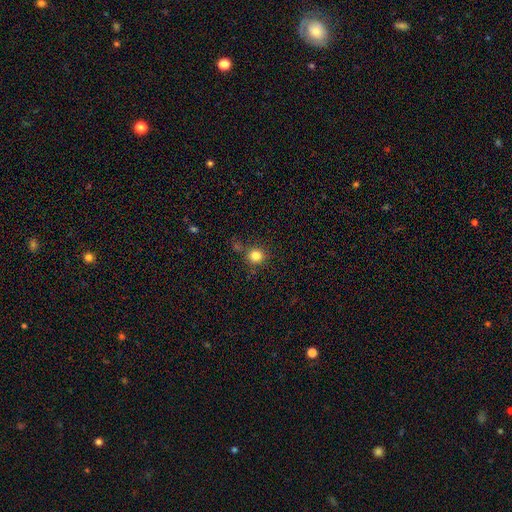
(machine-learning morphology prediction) This is clearly a smooth galaxy (82%). How rounded: clearly round (91%). Merging: clearly none (81%).